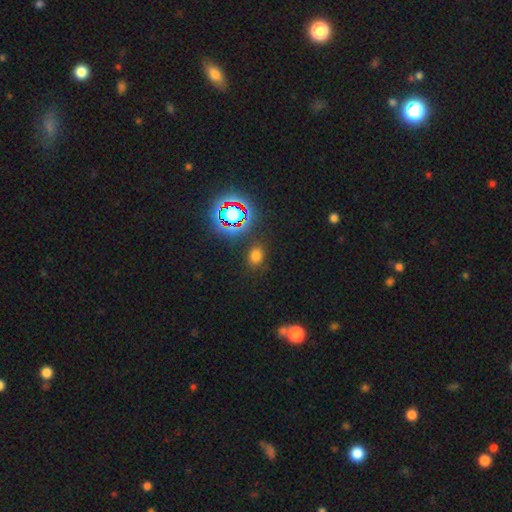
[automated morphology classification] Overall: smooth (64%; star or artifact 28%). How rounded: in between (53%; round 45%). Merging: none (84%).